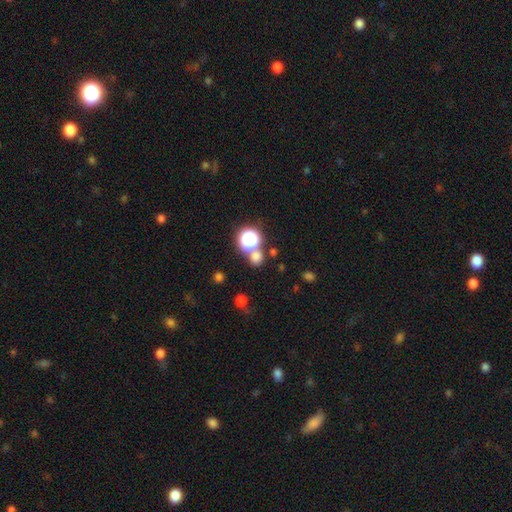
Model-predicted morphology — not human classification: smooth_or_featured: smooth (p=0.67) [alt: star or artifact p=0.27]
how_rounded: round (p=0.85) [alt: in between p=0.14]
merging: none (p=0.68) [alt: merger p=0.21]